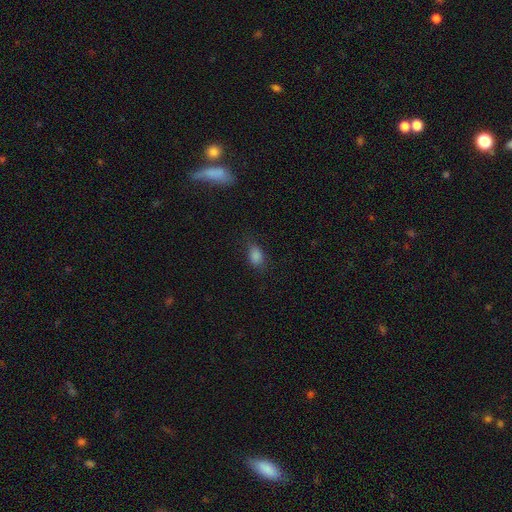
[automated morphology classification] Smooth or featured? smooth (83%)
How rounded? in between (80%)
Merging? none (70%)